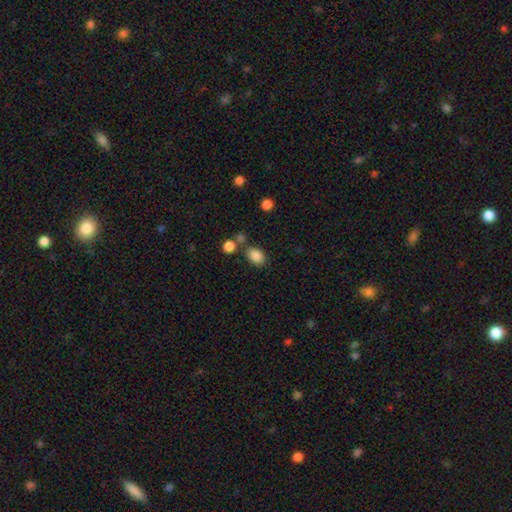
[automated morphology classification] Smooth or featured? Predicted: smooth (p=0.86). How rounded? Predicted: in between (p=0.77). Merging? Predicted: none (p=0.70).